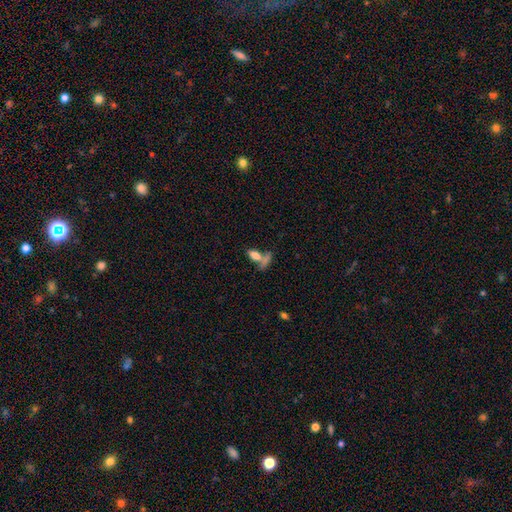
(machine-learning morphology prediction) type=smooth (75%); roundness=in between (74%); merging=none (41%, tied with merger).